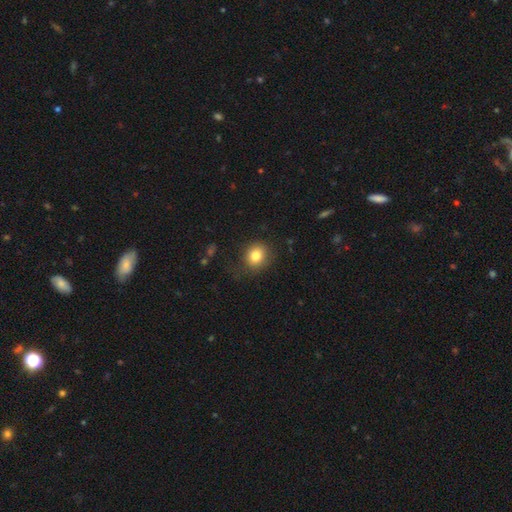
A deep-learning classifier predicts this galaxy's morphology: This is clearly a smooth galaxy (81%). How rounded: likely round (73%). Merging: likely none (79%).